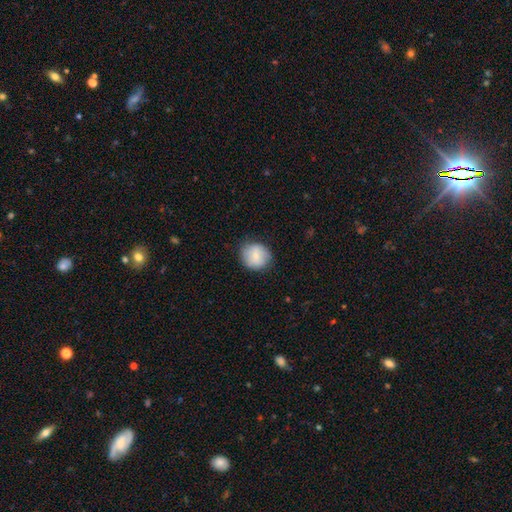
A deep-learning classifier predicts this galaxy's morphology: Smooth or featured: smooth — 79% (featured or disk — 14%)
How rounded: round — 83% (in between — 16%)
Merging: none — 82% (minor disturbance — 14%)